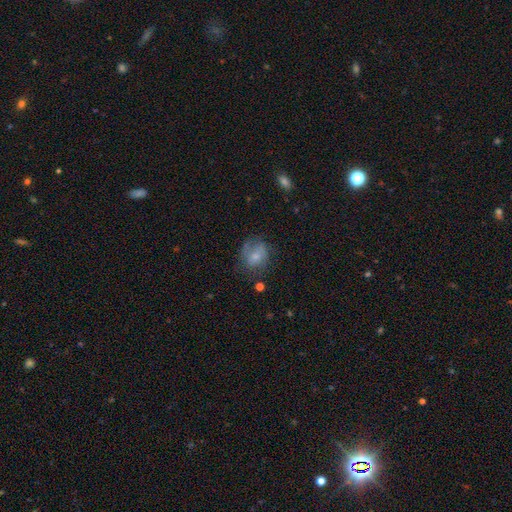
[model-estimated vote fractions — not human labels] smooth-or-featured: smooth: 57% | featured or disk: 34% | star or artifact: 10%
  how-rounded: round: 55% | in between: 44% | cigar-shaped: 1%
  merging: none: 51% | minor disturbance: 26% | major disturbance: 19% | merger: 4%